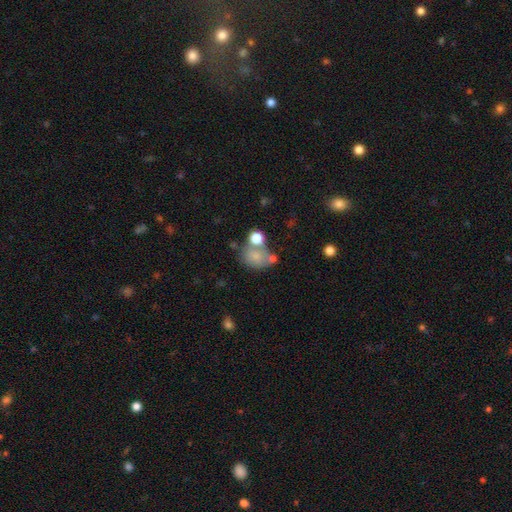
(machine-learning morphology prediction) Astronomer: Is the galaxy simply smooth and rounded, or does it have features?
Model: smooth — 71%.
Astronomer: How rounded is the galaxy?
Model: round — 50% (runner-up: in between, 49%).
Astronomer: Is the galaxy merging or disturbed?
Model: none — 38% (runner-up: merger, 33%).